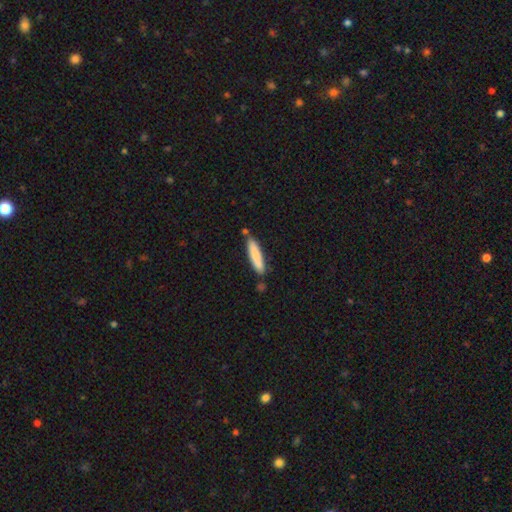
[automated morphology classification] The model was most divided on "merging": none: 77%, minor disturbance: 13%, merger: 7%, major disturbance: 3%. More confident: how rounded — cigar-shaped (84%); smooth or featured — smooth (81%).